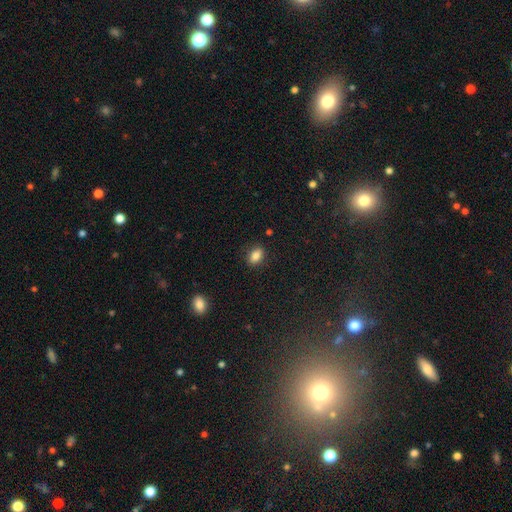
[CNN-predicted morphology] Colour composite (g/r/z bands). It shows a smooth galaxy with no disk features (85%) that is in between round and cigar-shaped (84%). Merging: none (86%).